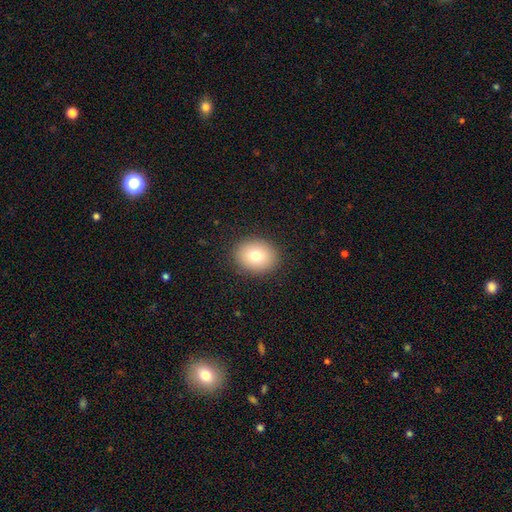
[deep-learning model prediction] smooth 76%, featured or disk 13%, star or artifact 11%. Down the decision tree: how rounded — round (59%); merging — none (89%).